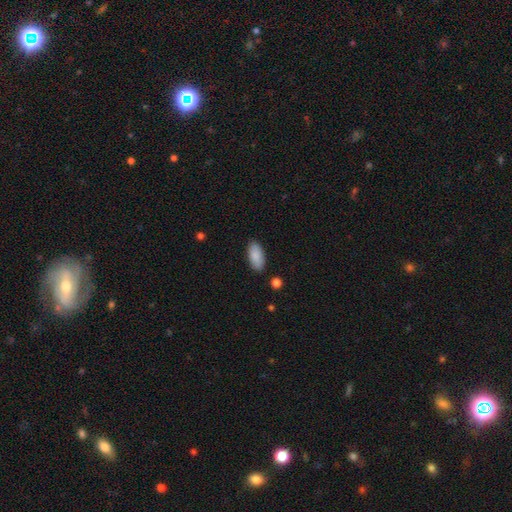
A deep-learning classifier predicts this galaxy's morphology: Overall: smooth (88%). How rounded: in between (91%). Merging: none (87%).